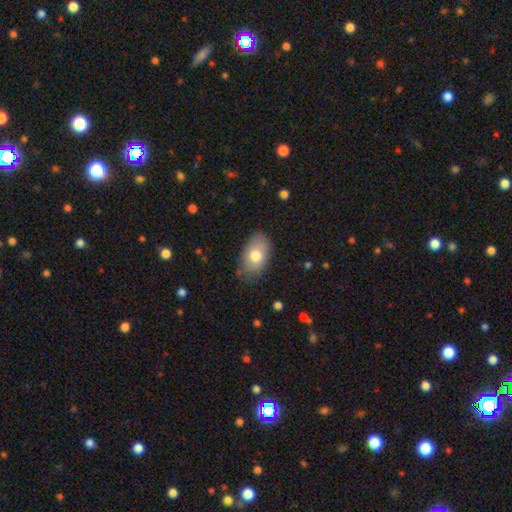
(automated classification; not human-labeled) Smooth or featured: smooth — 74% (featured or disk — 18%)
How rounded: in between — 92% (round — 7%)
Merging: none — 76% (minor disturbance — 19%)